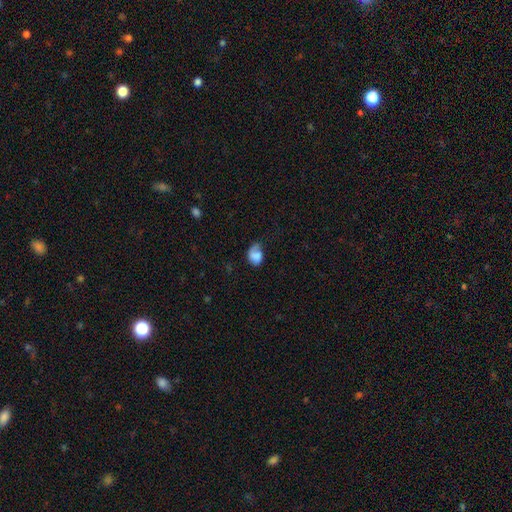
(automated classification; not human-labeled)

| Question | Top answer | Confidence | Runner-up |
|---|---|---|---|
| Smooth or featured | smooth | 70% | featured or disk (21%) |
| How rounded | in between | 70% | round (29%) |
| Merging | none | 36% | minor disturbance (35%) |